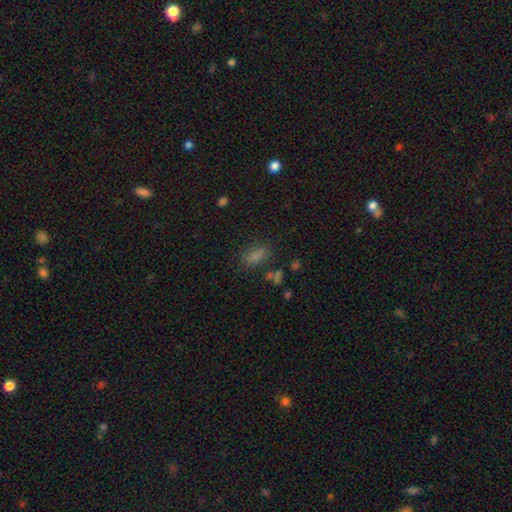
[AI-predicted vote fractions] smooth-or-featured: smooth: 81% | star or artifact: 14% | featured or disk: 5%
  how-rounded: in between: 86% | cigar-shaped: 8% | round: 6%
  merging: none: 78% | minor disturbance: 13% | major disturbance: 5% | merger: 4%